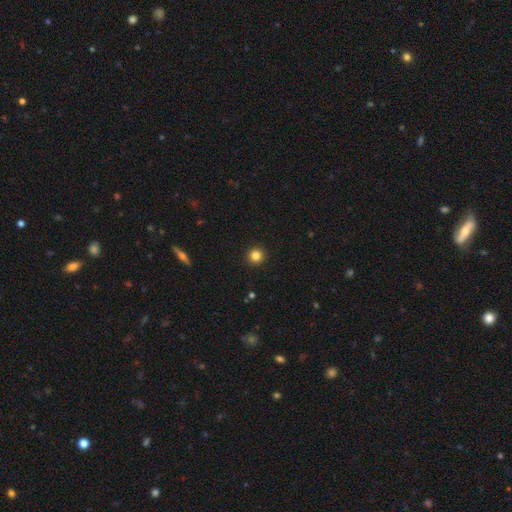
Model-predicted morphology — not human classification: Smooth or featured?
  - smooth: 84% *
  - star or artifact: 11%
  - featured or disk: 5%
How rounded?
  - round: 95% *
  - in between: 4%
  - cigar-shaped: 1%
Merging?
  - none: 93% *
  - minor disturbance: 4%
  - major disturbance: 1%
  - merger: 1%